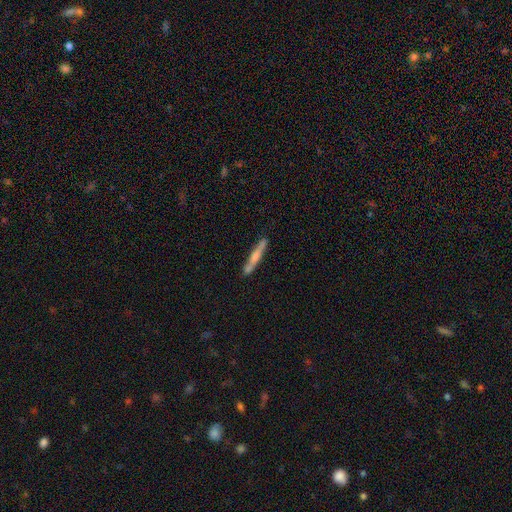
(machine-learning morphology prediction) type=smooth (52%); roundness=cigar-shaped (94%); merging=none (82%).